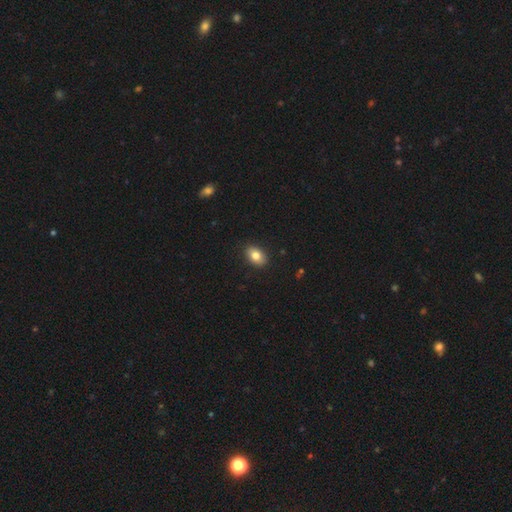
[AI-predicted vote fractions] smooth-or-featured: smooth: 82% | featured or disk: 10% | star or artifact: 8%
  how-rounded: in between: 86% | round: 12% | cigar-shaped: 2%
  merging: none: 89% | minor disturbance: 8% | major disturbance: 2% | merger: 1%